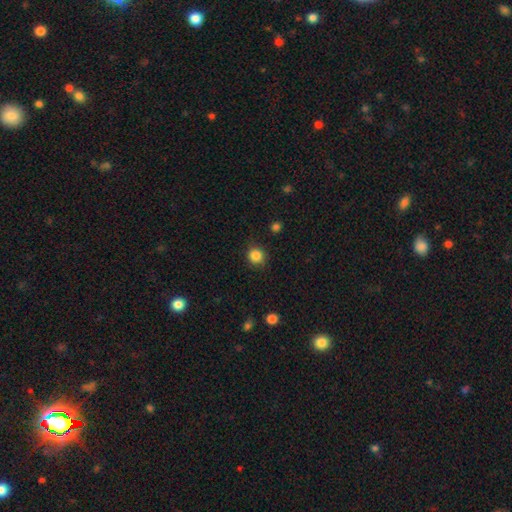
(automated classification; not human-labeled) smooth-or-featured: smooth: 85% | star or artifact: 11% | featured or disk: 4%
  how-rounded: round: 92% | in between: 7% | cigar-shaped: 1%
  merging: none: 88% | minor disturbance: 9% | major disturbance: 2% | merger: 1%